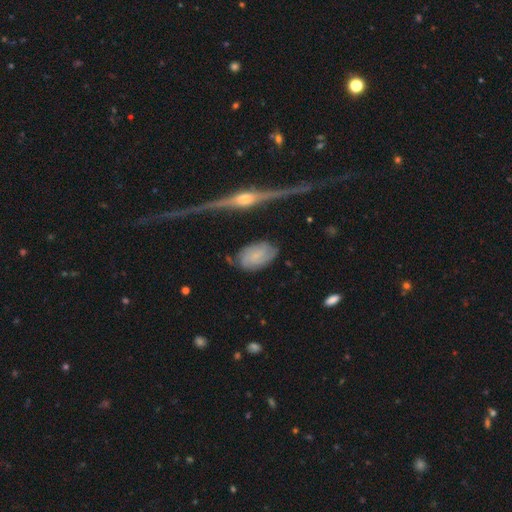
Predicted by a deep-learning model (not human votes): A featured or disk galaxy (59%) with no bar (64%), spiral arms (87%) and a small central bulge (61%). Merging: none (69%).